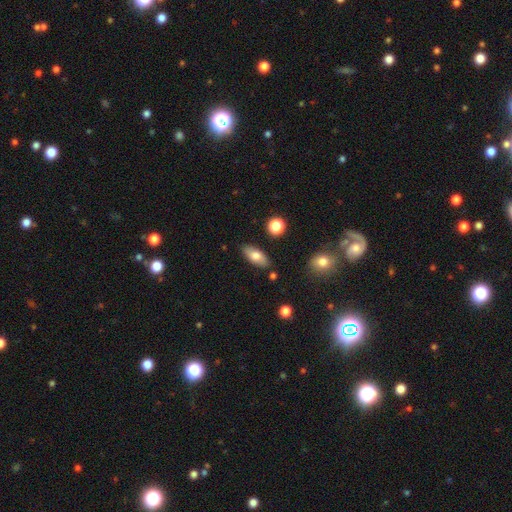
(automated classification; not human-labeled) A smooth galaxy with no disk features (76%) that is in between round and cigar-shaped (85%).

Vote fractions:
- Smooth or featured? smooth: 76% / featured or disk: 17% / star or artifact: 7%
- How rounded? in between: 85% / cigar-shaped: 12% / round: 4%
- Merging? none: 84% / minor disturbance: 11% / merger: 3% / major disturbance: 2%